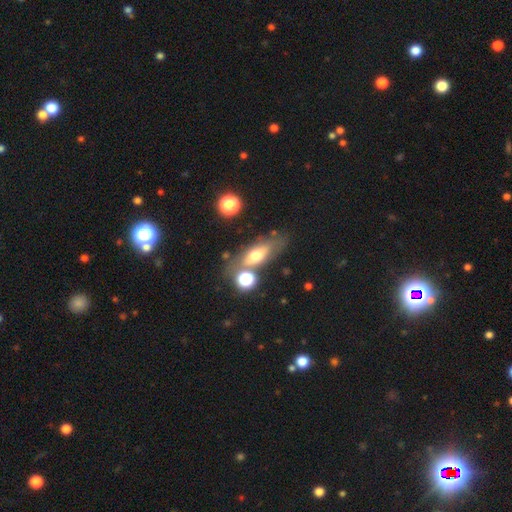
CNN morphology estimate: This is possibly a smooth galaxy (52%). How rounded: likely in between (64%). Merging: possibly none (60%).